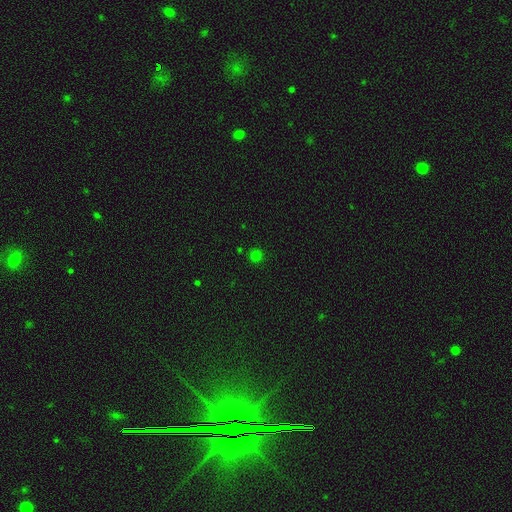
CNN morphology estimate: Q: Smooth or featured?
A: smooth (74%); runner-up: star or artifact (21%)
Q: How rounded?
A: round (94%); runner-up: in between (5%)
Q: Merging?
A: none (89%); runner-up: minor disturbance (6%)